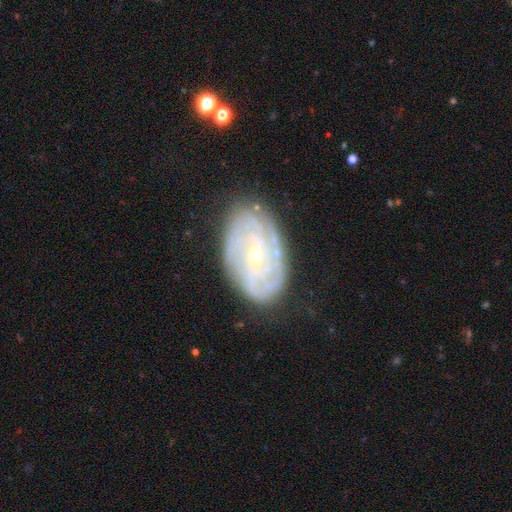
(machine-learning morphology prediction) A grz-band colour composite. It shows a featured or disk galaxy (81%) with no bar (72%), tight (75%) spiral arms (92%) and a small central bulge (76%). Merging: none (78%).